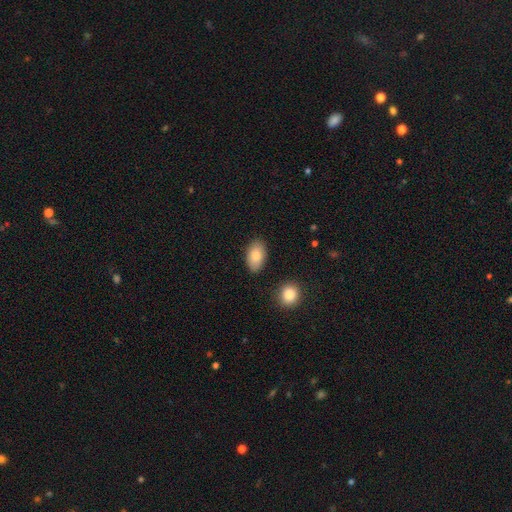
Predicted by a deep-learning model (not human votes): A smooth galaxy with no disk features (84%) that is in between round and cigar-shaped (93%). Merging: none (82%).